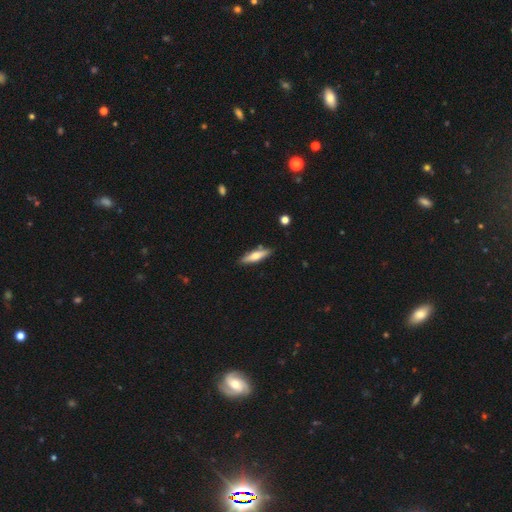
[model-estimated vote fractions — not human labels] Smooth or featured: smooth — 58% (featured or disk — 36%)
How rounded: cigar-shaped — 71% (in between — 27%)
Merging: none — 85% (minor disturbance — 11%)